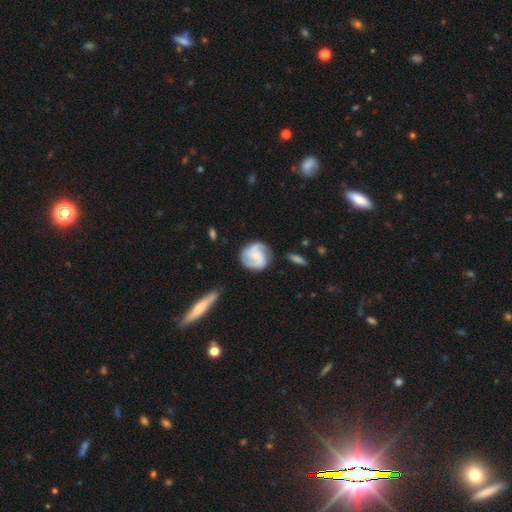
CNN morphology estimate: Smooth or featured? Predicted: featured or disk (p=0.77). Edge-on disk? Predicted: no (p=0.98). Bar? Predicted: no (p=0.56). Spiral arms? Predicted: yes (p=0.95). Spiral winding? Predicted: medium (p=0.46). Spiral arm count? Predicted: 2 (p=0.67). Bulge size? Predicted: small (p=0.58). Merging? Predicted: none (p=0.73).